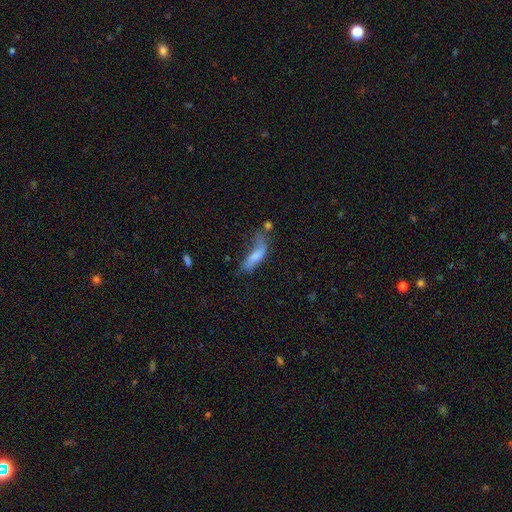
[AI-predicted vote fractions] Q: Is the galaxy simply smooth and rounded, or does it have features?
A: smooth — 61%.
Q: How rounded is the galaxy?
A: in between — 51%.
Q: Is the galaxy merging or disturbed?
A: major disturbance — 33%.